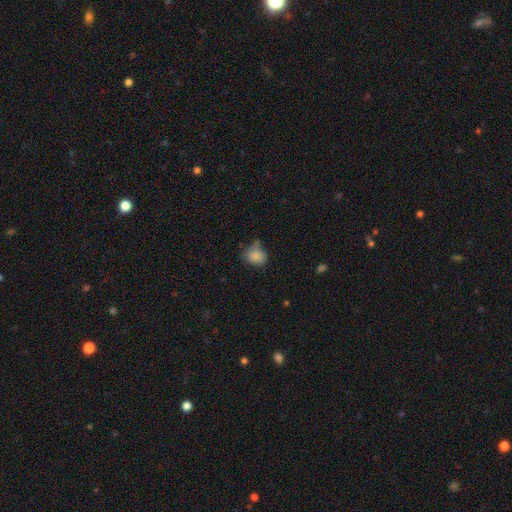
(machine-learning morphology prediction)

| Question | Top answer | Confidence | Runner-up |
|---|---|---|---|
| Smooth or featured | smooth | 83% | star or artifact (10%) |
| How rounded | round | 59% | in between (40%) |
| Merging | none | 51% | minor disturbance (33%) |